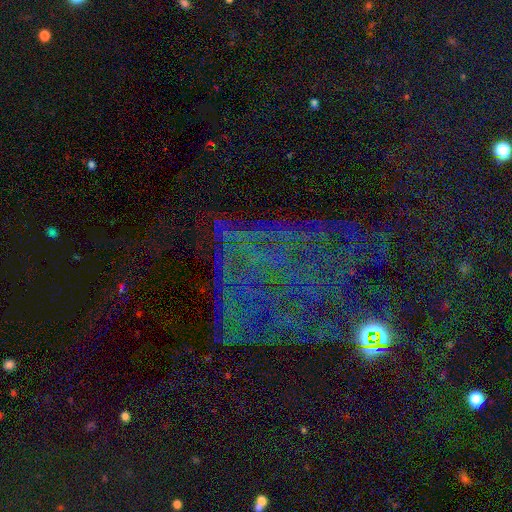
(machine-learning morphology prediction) Overall: star or artifact (57%; featured or disk 26%).